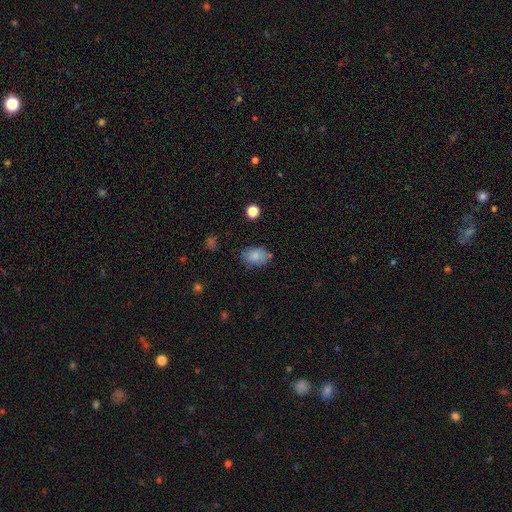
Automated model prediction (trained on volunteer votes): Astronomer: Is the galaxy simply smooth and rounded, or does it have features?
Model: smooth — 83%.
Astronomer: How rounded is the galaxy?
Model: in between — 84%.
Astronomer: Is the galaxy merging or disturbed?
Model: none — 75%.